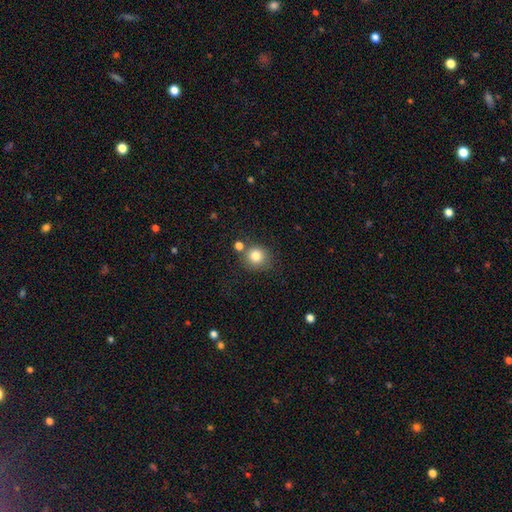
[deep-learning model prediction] Smooth or featured? Predicted: smooth (p=0.82). How rounded? Predicted: round (p=0.88). Merging? Predicted: none (p=0.72).